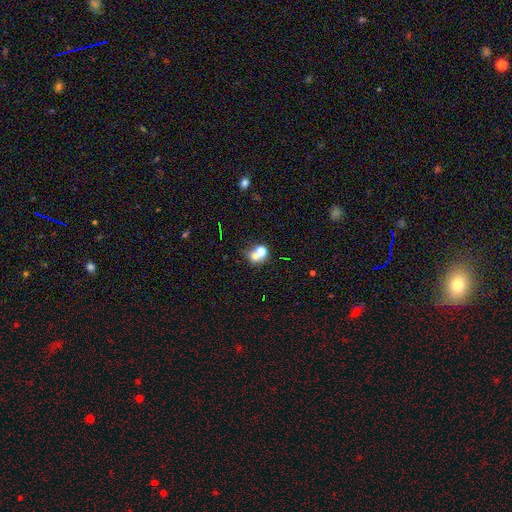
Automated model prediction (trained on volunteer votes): smooth-or-featured: smooth: 66% | featured or disk: 18% | star or artifact: 16%
  how-rounded: round: 70% | in between: 29% | cigar-shaped: 1%
  merging: merger: 56% | none: 32% | minor disturbance: 7% | major disturbance: 5%